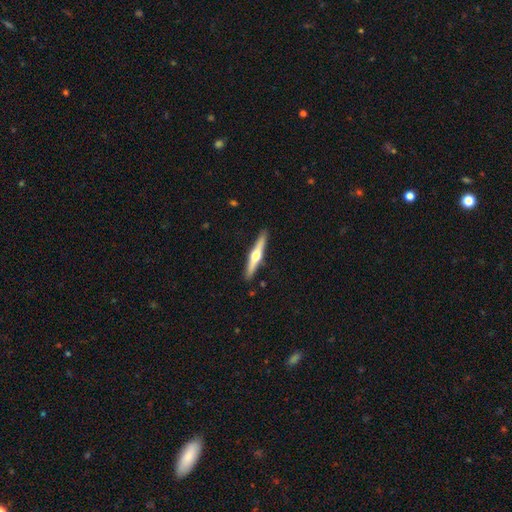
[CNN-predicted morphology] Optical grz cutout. It shows a featured or disk galaxy (66%) viewed edge-on (97%) with a rounded central bulge (94%). Merging: none (91%).